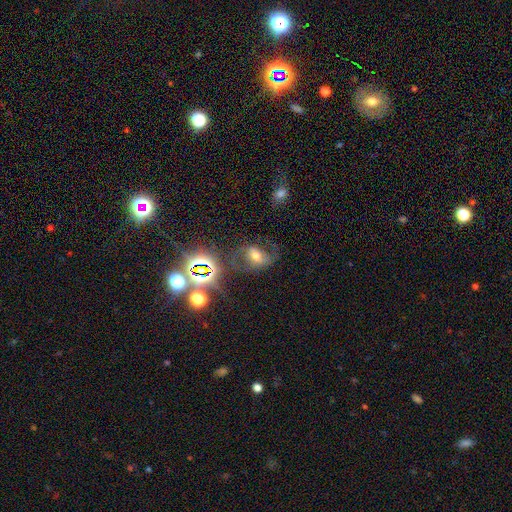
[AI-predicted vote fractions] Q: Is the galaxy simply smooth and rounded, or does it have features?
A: featured or disk — 52%.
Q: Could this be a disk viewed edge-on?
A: no — 95%.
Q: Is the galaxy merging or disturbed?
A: none — 56%.